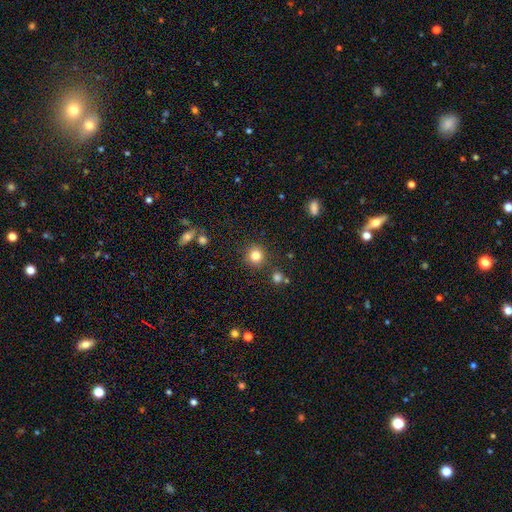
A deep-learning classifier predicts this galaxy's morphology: Smooth or featured?
  - smooth: 82% *
  - star or artifact: 12%
  - featured or disk: 6%
How rounded?
  - round: 92% *
  - in between: 7%
  - cigar-shaped: 1%
Merging?
  - none: 87% *
  - minor disturbance: 7%
  - merger: 3%
  - major disturbance: 3%